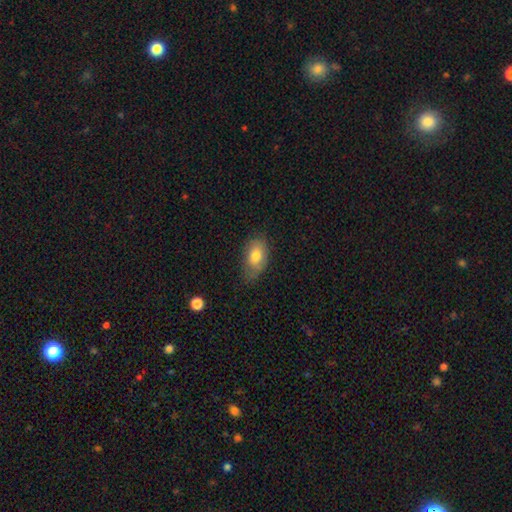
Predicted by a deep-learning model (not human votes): This appears to be a smooth galaxy with no disk features (76%) that is in between round and cigar-shaped (89%). Merging: none (58%).